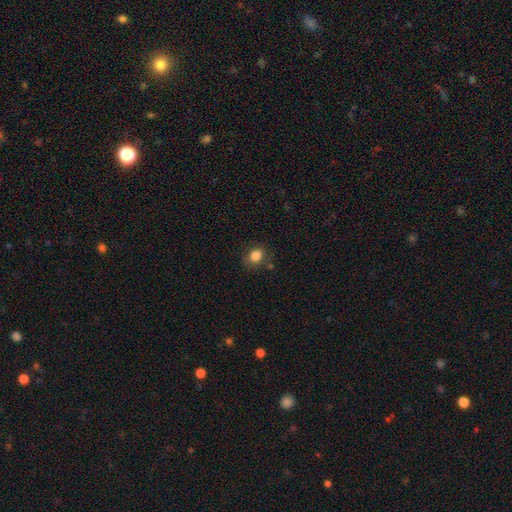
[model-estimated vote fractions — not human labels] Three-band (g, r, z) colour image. It shows a smooth galaxy with no disk features (83%) that is round (61%). Merging: none (77%).